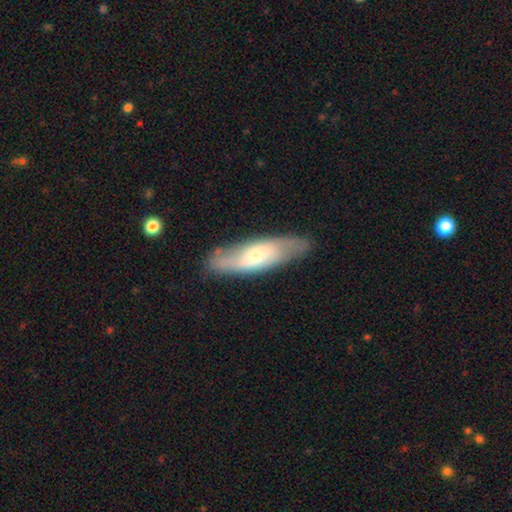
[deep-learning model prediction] The model was most divided on "smooth or featured": featured or disk: 50%, smooth: 44%, star or artifact: 6%. More confident: merging — none (80%).